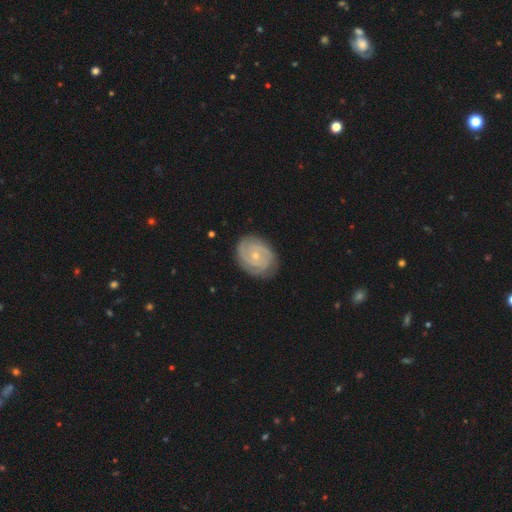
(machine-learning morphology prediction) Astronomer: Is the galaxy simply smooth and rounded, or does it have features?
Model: featured or disk — 83%.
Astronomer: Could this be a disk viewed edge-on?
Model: no — 98%.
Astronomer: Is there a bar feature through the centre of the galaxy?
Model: no — 71%.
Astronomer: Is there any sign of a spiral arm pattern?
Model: yes — 96%.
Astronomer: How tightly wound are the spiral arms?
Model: tight — 73%.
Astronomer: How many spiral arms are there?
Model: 2 — 48%.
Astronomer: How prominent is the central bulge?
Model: small — 74%.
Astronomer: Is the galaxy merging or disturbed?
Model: none — 81%.